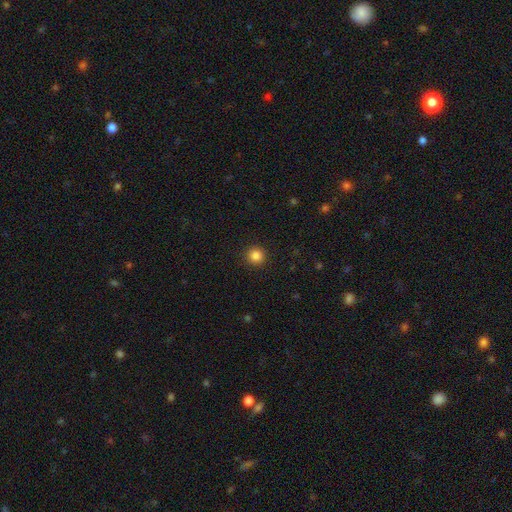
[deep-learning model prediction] smooth-or-featured: smooth: 84% | star or artifact: 12% | featured or disk: 4%
  how-rounded: round: 95% | in between: 4% | cigar-shaped: 1%
  merging: none: 92% | minor disturbance: 5% | major disturbance: 2% | merger: 1%